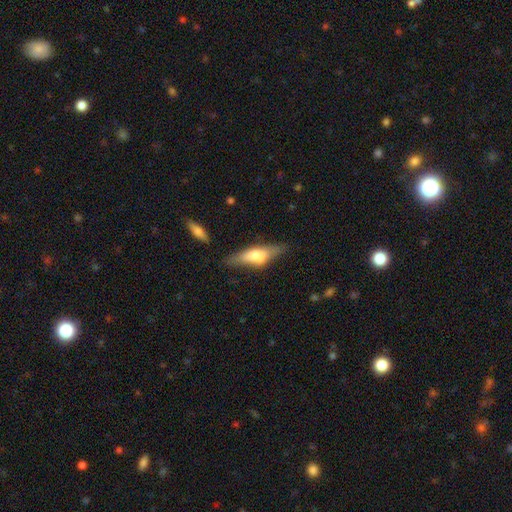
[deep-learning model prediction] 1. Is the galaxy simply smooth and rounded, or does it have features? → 50% smooth, 43% featured or disk, 6% star or artifact.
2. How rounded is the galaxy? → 52% cigar-shaped, 45% in between, 3% round.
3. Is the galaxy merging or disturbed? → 66% none, 23% minor disturbance, 8% major disturbance, 3% merger.